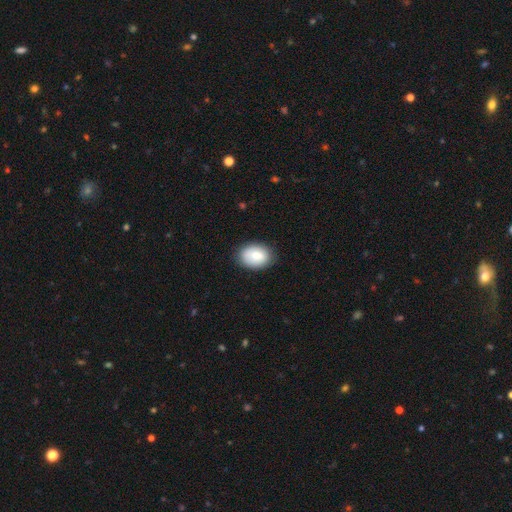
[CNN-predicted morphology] Smooth or featured? smooth (81%)
How rounded? in between (74%)
Merging? none (82%)